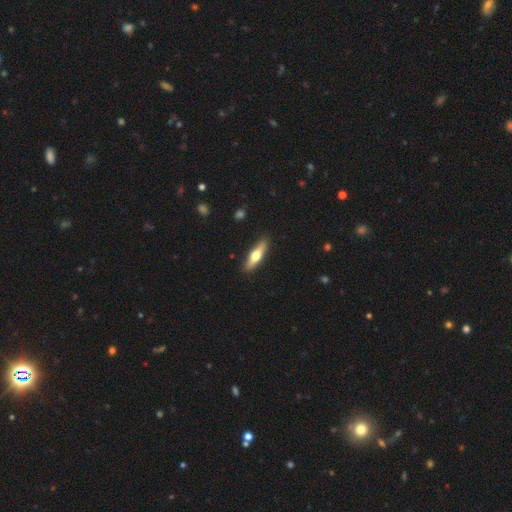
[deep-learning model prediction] A smooth galaxy with no disk features (48%).

Vote fractions:
- Smooth or featured? smooth: 48% / featured or disk: 47% / star or artifact: 5%
- Merging? none: 89% / minor disturbance: 8% / major disturbance: 2% / merger: 1%